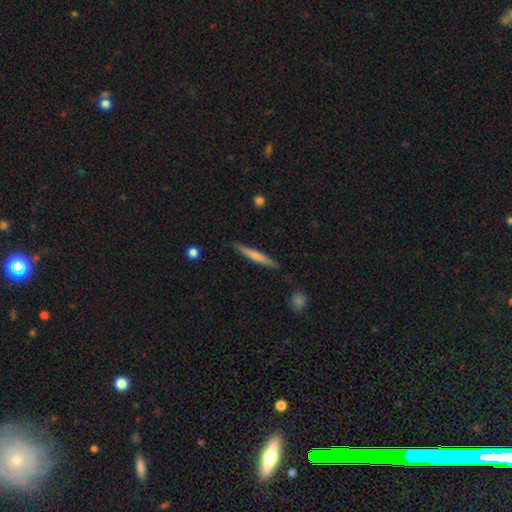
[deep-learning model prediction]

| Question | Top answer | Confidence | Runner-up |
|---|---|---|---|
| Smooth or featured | smooth | 61% | featured or disk (34%) |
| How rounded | cigar-shaped | 95% | in between (4%) |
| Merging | none | 87% | minor disturbance (10%) |